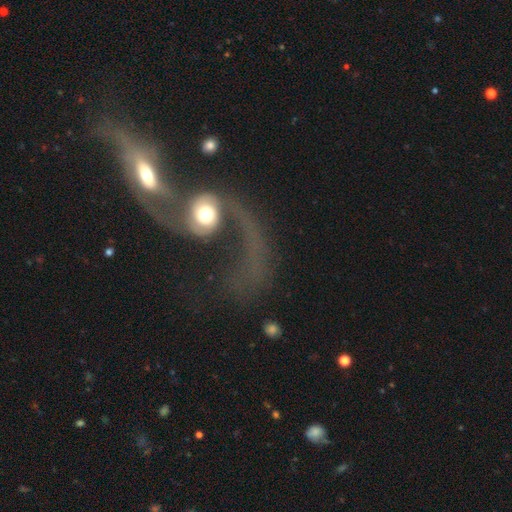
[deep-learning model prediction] This is likely a featured or disk galaxy (70%). It is clearly not viewed edge-on (93%). Bar: likely no (65%). Spiral arm pattern: likely yes (79%). Spiral arm count: possibly 2 (58%). Spiral winding: clearly loose (82%). Central bulge: possibly moderate (55%). Merging: likely merger (66%).